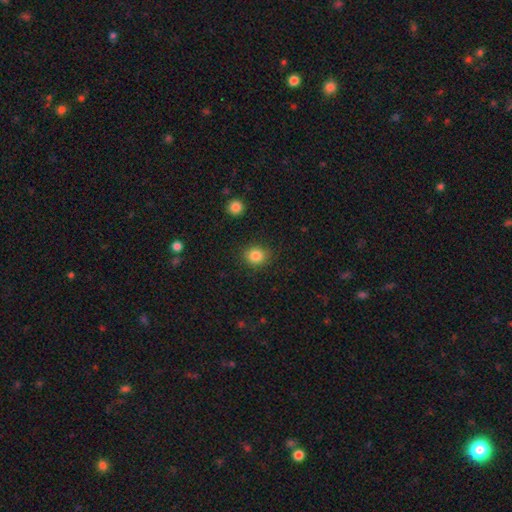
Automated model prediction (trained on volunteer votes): Smooth or featured? Predicted: smooth (p=0.85). How rounded? Predicted: round (p=0.74). Merging? Predicted: none (p=0.87).